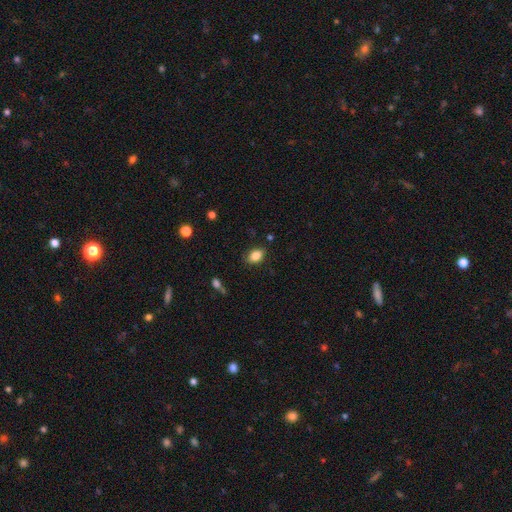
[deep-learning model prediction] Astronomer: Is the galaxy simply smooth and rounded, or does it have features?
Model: smooth — 86%.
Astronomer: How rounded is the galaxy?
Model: in between — 84%.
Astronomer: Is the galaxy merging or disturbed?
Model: none — 82%.